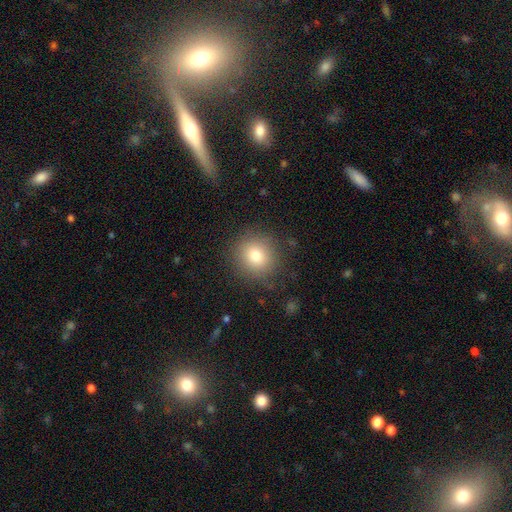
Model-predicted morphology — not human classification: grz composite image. It shows a smooth galaxy with no disk features (78%) that is round (90%). Merging: none (85%).